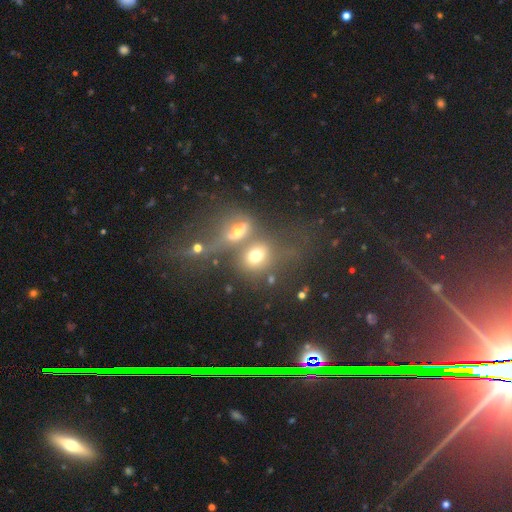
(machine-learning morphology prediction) Smooth or featured? Predicted: smooth (p=0.63). How rounded? Predicted: round (p=0.55). Merging? Predicted: merger (p=0.50).